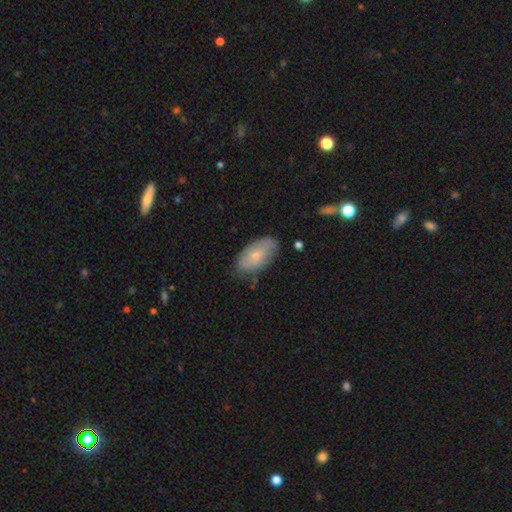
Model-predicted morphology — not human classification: A smooth galaxy with no disk features (66%) that is in between round and cigar-shaped (93%). Merging: none (72%).